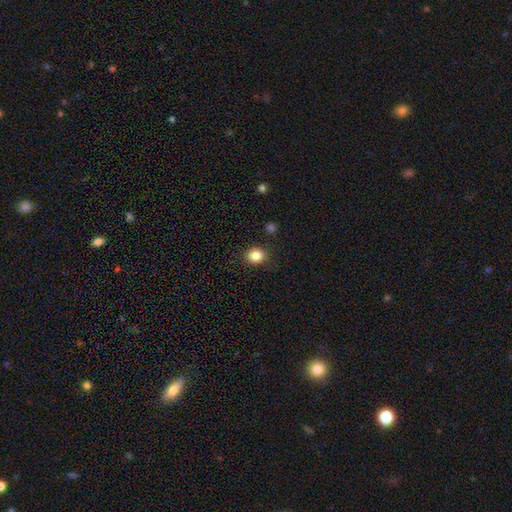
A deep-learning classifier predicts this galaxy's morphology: A smooth galaxy with no disk features (85%) that is round (69%). Merging: none (87%).